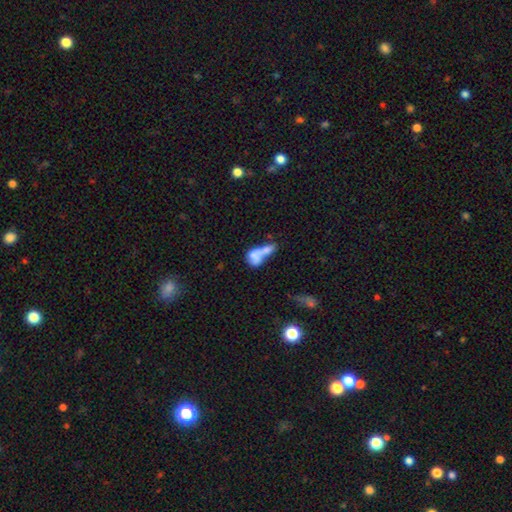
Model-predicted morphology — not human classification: This appears to be a smooth galaxy with no disk features (64%) that is in between round and cigar-shaped (68%). Merging: merger (70%).